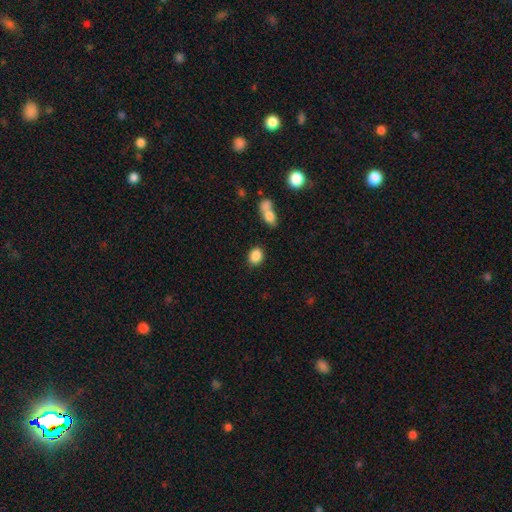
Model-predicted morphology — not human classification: The model was most divided on "how rounded": in between: 53%, round: 46%, cigar-shaped: 1%. More confident: smooth or featured — smooth (87%); merging — none (83%).